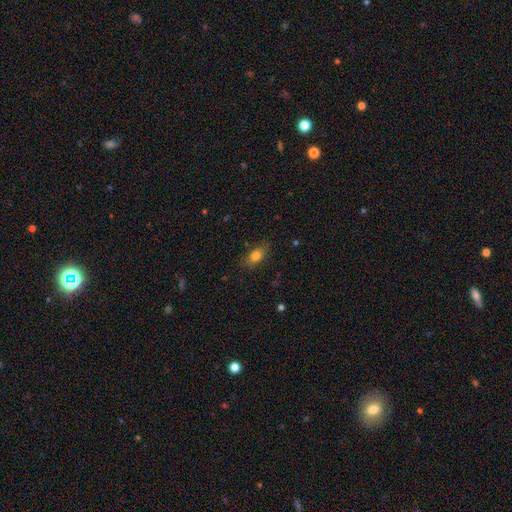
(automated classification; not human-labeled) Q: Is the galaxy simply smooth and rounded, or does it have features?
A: smooth — 79%.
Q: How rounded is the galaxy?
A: in between — 81%.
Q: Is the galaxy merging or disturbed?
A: none — 81%.